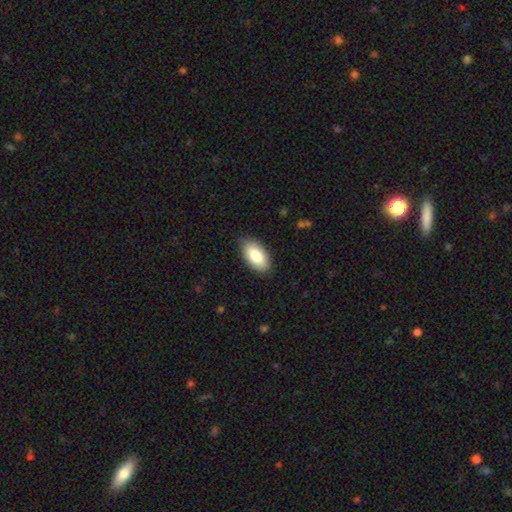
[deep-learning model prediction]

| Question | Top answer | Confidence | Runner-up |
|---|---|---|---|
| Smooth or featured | smooth | 82% | featured or disk (12%) |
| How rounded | in between | 94% | round (3%) |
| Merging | none | 83% | minor disturbance (13%) |